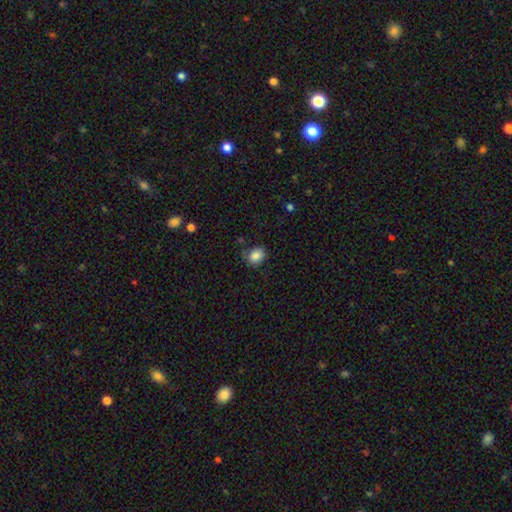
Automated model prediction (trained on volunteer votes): Smooth or featured? smooth (85%)
How rounded? round (55%)
Merging? none (70%)